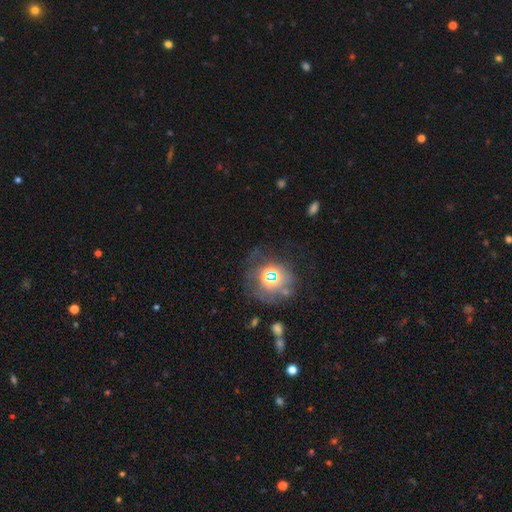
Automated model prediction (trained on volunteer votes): Q: Smooth or featured?
A: smooth (42%); runner-up: featured or disk (37%)
Q: Merging?
A: none (68%); runner-up: minor disturbance (17%)